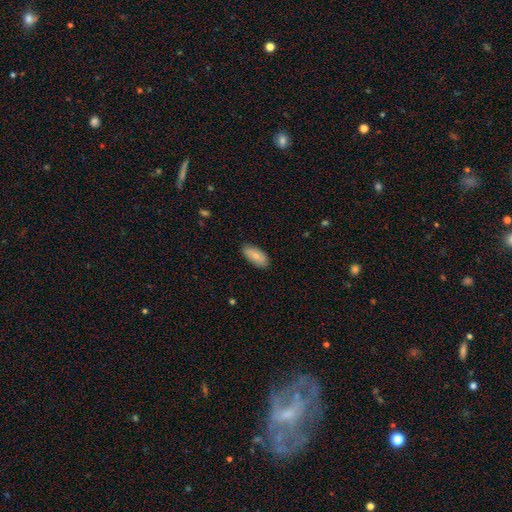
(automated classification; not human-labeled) smooth_or_featured: smooth (p=0.74) [alt: featured or disk p=0.20]
how_rounded: in between (p=0.91) [alt: cigar-shaped p=0.06]
merging: none (p=0.80) [alt: minor disturbance p=0.16]